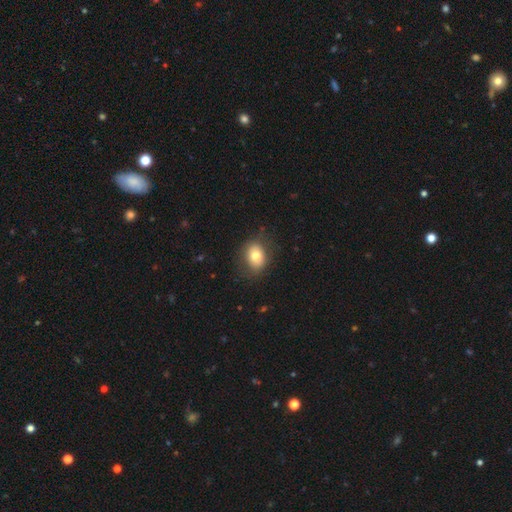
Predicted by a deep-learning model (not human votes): This appears to be a smooth galaxy with no disk features (76%) that is in between round and cigar-shaped (59%). Merging: none (78%).